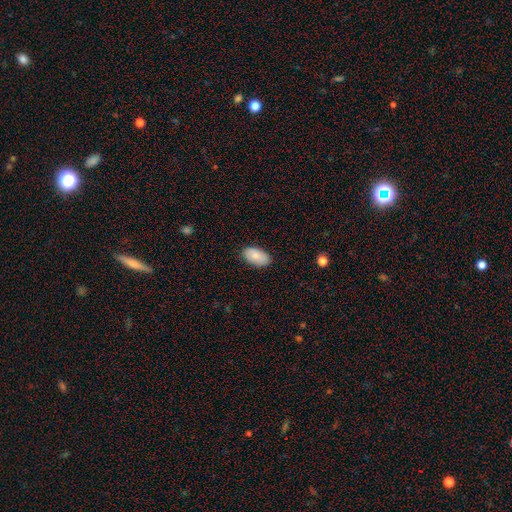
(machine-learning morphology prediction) type=smooth (85%); roundness=in between (95%); merging=none (85%).